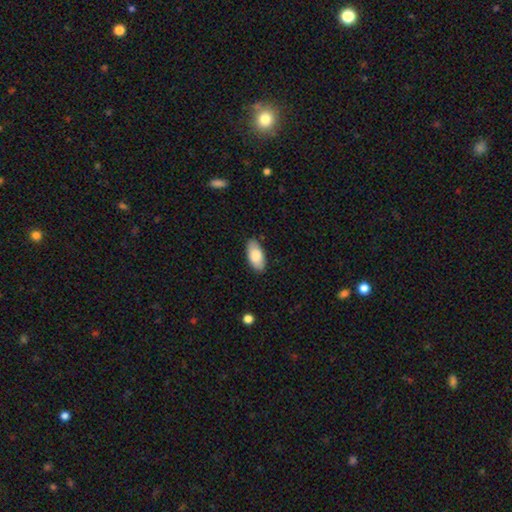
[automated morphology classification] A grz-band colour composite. It shows a smooth galaxy with no disk features (84%) that is in between round and cigar-shaped (93%). Merging: none (84%).